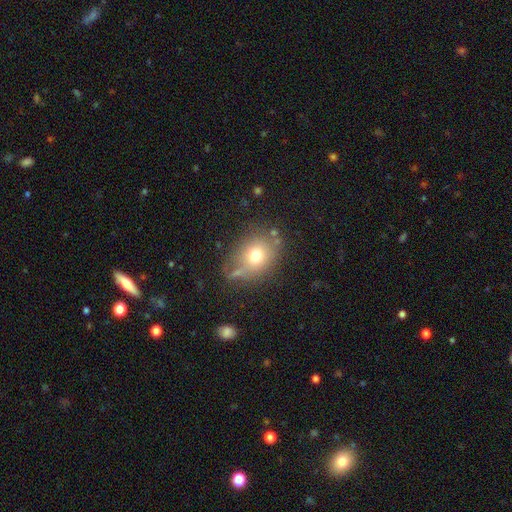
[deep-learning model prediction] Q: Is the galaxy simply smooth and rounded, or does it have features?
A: smooth — 71%.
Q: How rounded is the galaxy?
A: round — 51%.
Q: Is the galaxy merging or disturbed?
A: none — 66%.